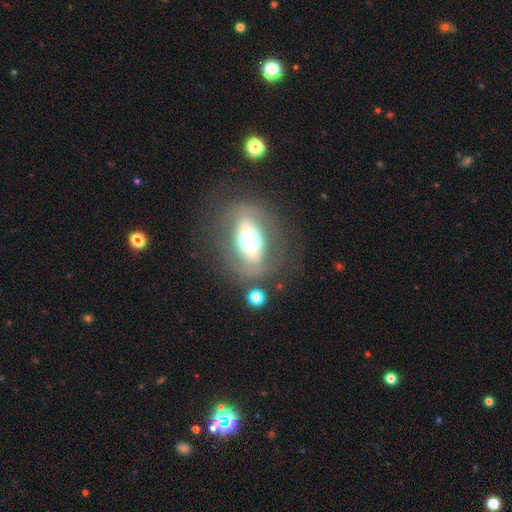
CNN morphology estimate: A featured or disk galaxy (60%).

Vote fractions:
- Smooth or featured? featured or disk: 60% / smooth: 31% / star or artifact: 9%
- Edge-on disk? no: 83% / yes: 17%
- Merging? none: 72% / minor disturbance: 14% / major disturbance: 10% / merger: 3%